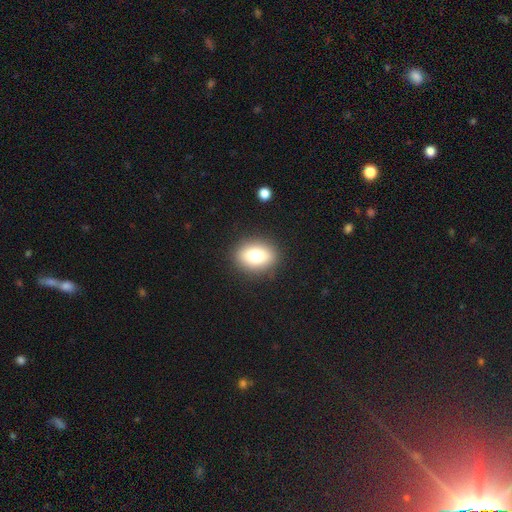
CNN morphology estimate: Smooth or featured? smooth (76%)
How rounded? in between (62%)
Merging? none (88%)